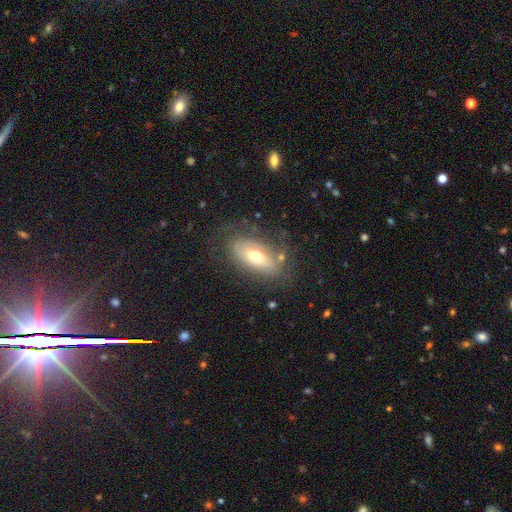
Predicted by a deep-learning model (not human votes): A smooth galaxy with no disk features (49%).

Vote fractions:
- Smooth or featured? smooth: 49% / featured or disk: 43% / star or artifact: 8%
- Merging? none: 68% / minor disturbance: 19% / major disturbance: 10% / merger: 3%